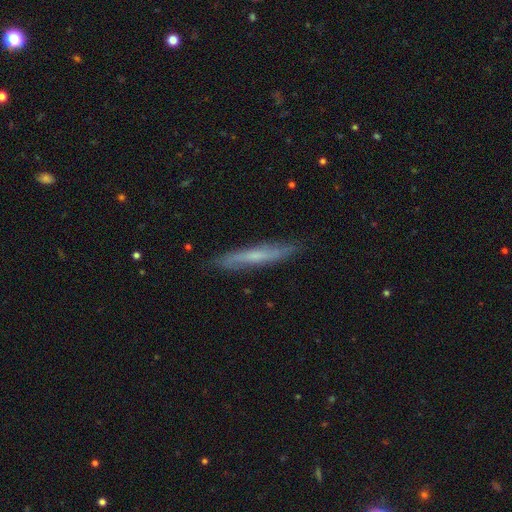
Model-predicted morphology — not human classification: Smooth or featured: smooth — 47% (featured or disk — 46%)
Merging: none — 85% (minor disturbance — 12%)